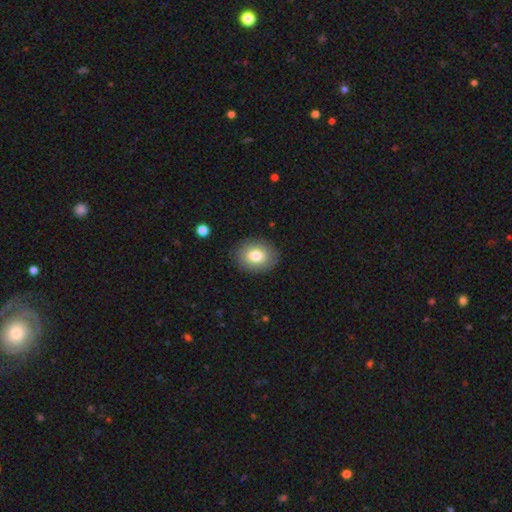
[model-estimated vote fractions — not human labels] Q: Smooth or featured?
A: smooth (79%); runner-up: featured or disk (12%)
Q: How rounded?
A: in between (52%); runner-up: round (47%)
Q: Merging?
A: none (88%); runner-up: minor disturbance (9%)